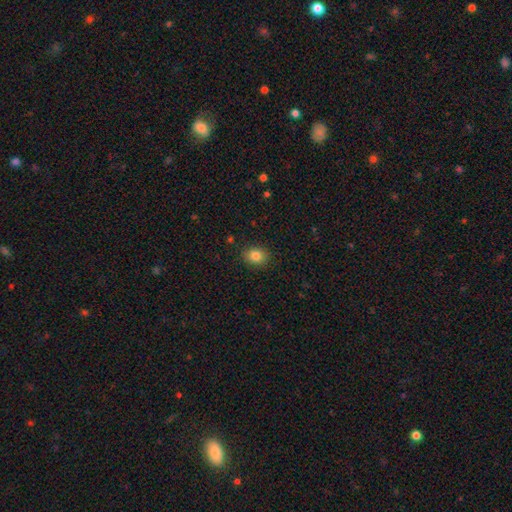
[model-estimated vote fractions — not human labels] The model was most divided on "how rounded": round: 57%, in between: 42%, cigar-shaped: 1%. More confident: merging — none (88%); smooth or featured — smooth (83%).